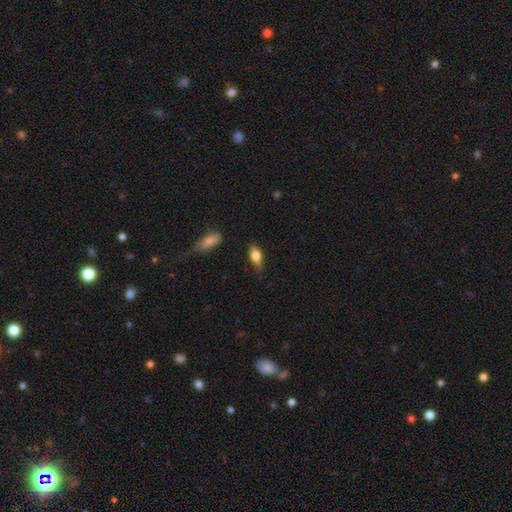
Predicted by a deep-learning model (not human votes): A smooth galaxy with no disk features (66%) that is in between round and cigar-shaped (74%). Merging: none (68%).